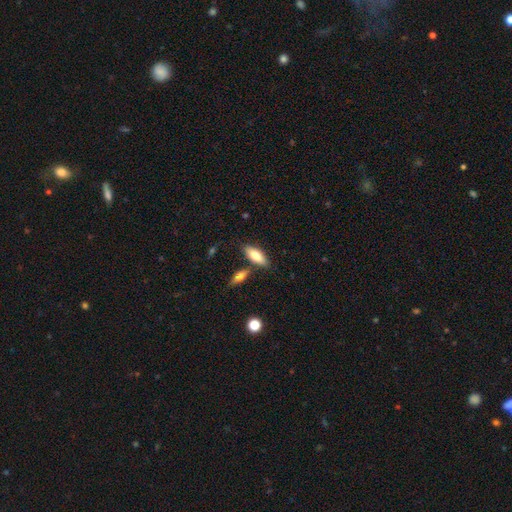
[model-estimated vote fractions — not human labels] Overall: smooth (80%). How rounded: in between (75%). Merging: none (75%).